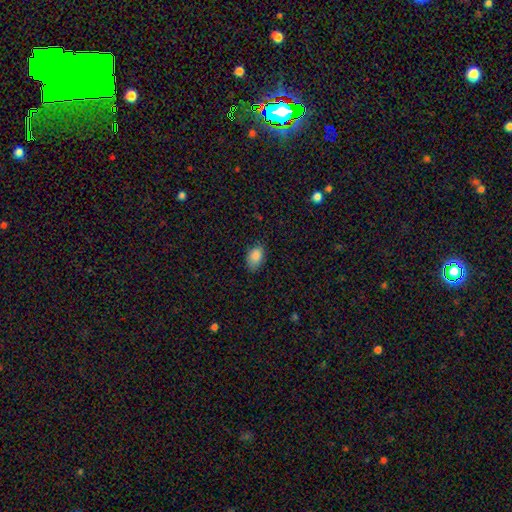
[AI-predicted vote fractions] Q: Smooth or featured?
A: smooth (87%); runner-up: star or artifact (8%)
Q: How rounded?
A: in between (86%); runner-up: round (13%)
Q: Merging?
A: none (71%); runner-up: minor disturbance (23%)